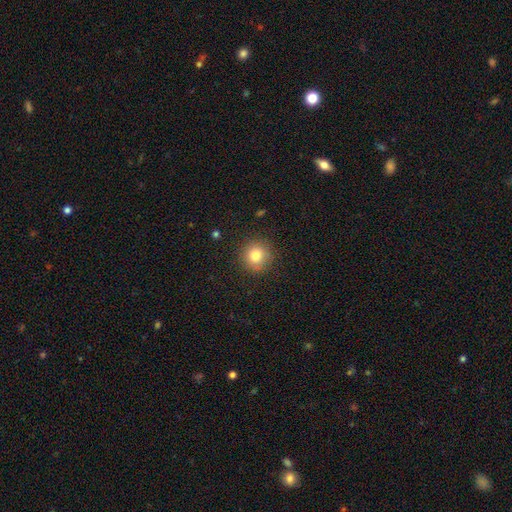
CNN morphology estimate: smooth-or-featured: smooth: 80% | star or artifact: 11% | featured or disk: 8%
  how-rounded: round: 93% | in between: 6% | cigar-shaped: 1%
  merging: none: 88% | minor disturbance: 8% | major disturbance: 3% | merger: 1%